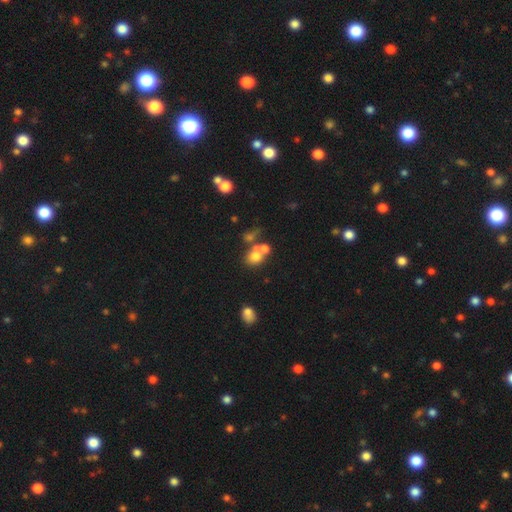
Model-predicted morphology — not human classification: This appears to be a smooth galaxy with no disk features (66%) that is round (68%). Merging: merger (47%).